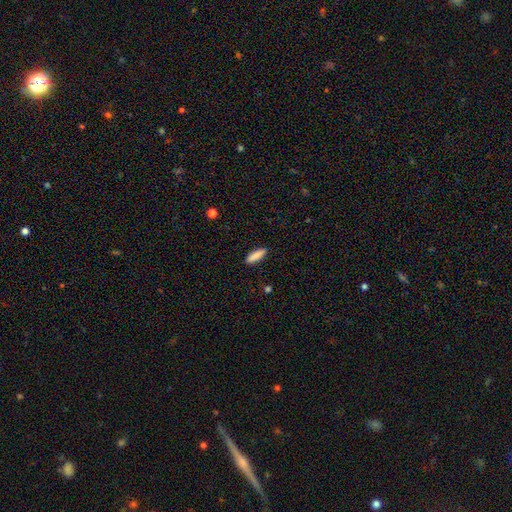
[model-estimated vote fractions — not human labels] This appears to be a smooth galaxy with no disk features (87%) that is cigar-shaped (62%). Merging: none (89%).